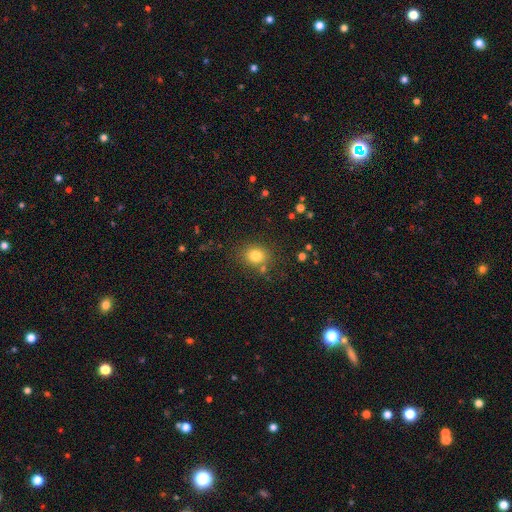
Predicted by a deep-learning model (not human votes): smooth 79%, star or artifact 13%, featured or disk 8%. Down the decision tree: how rounded — round (64%); merging — none (79%).